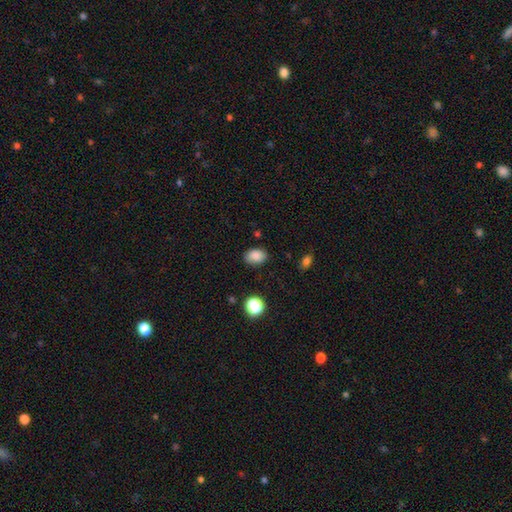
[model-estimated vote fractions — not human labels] Morphology: type=smooth (85%); roundness=in between (77%); merging=none (81%).